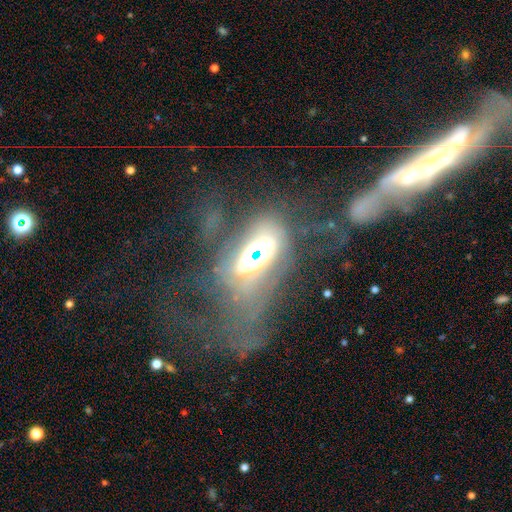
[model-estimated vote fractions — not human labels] Q: Smooth or featured?
A: featured or disk (53%); runner-up: smooth (28%)
Q: Edge-on disk?
A: no (80%); runner-up: yes (20%)
Q: Merging?
A: major disturbance (52%); runner-up: none (25%)